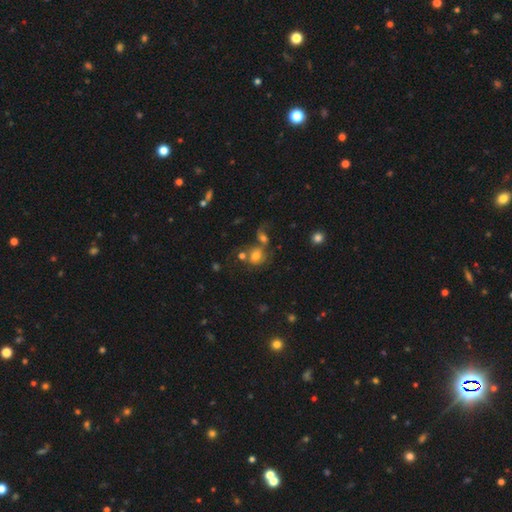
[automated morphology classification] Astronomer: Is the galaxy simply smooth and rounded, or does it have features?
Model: smooth — 65%.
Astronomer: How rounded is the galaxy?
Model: round — 75%.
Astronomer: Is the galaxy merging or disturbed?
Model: merger — 39% (runner-up: none, 38%).